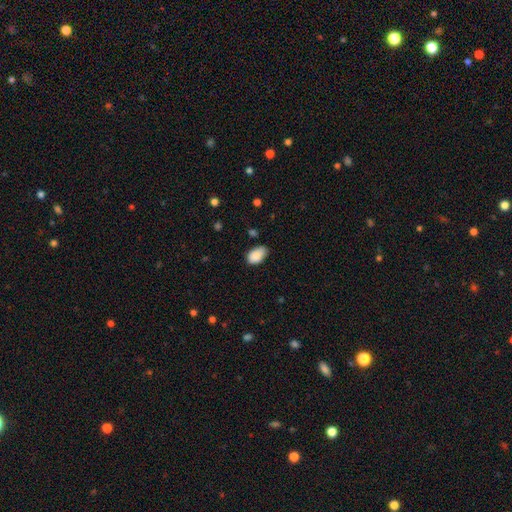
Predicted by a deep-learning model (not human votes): Overall: smooth (89%). How rounded: in between (91%). Merging: none (64%; minor disturbance 29%).